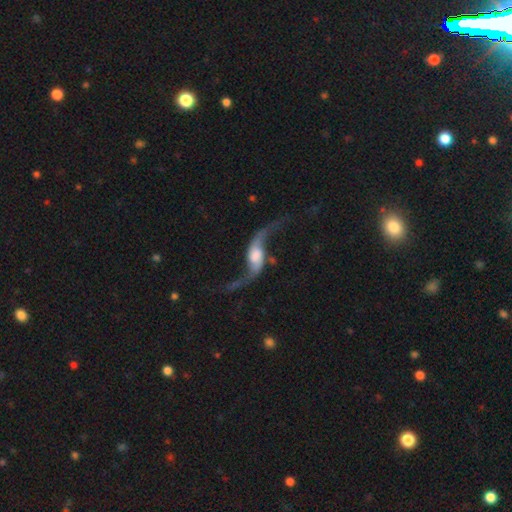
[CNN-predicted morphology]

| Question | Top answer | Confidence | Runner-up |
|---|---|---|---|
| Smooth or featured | featured or disk | 87% | smooth (8%) |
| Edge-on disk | no | 91% | yes (9%) |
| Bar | no | 49% | weak (35%) |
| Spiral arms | yes | 96% | no (4%) |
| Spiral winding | loose | 95% | medium (4%) |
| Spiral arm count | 2 | 94% | 1 (2%) |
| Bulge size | large | 34% | moderate (23%) |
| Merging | none | 62% | major disturbance (17%) |